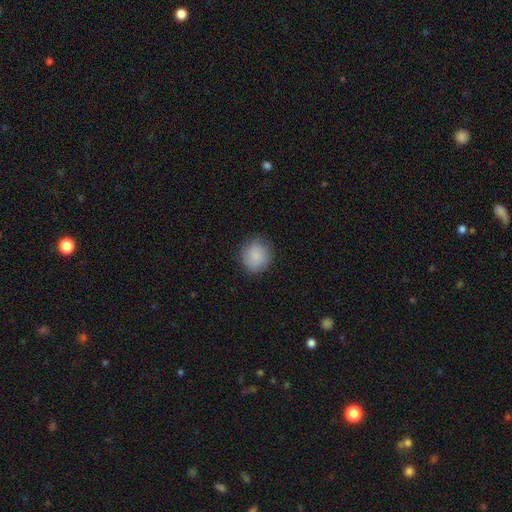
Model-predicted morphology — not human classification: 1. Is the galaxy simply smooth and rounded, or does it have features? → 86% smooth, 7% featured or disk, 7% star or artifact.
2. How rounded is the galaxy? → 88% round, 11% in between, 1% cigar-shaped.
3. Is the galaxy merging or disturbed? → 84% none, 12% minor disturbance, 3% major disturbance, 1% merger.